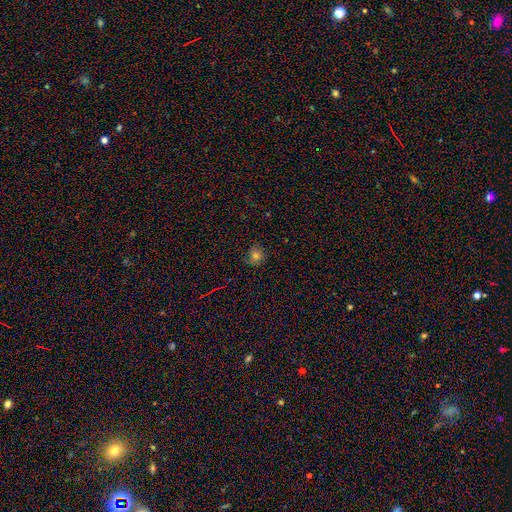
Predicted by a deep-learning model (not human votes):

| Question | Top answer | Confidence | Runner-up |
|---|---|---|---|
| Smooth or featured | smooth | 69% | star or artifact (18%) |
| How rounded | round | 83% | in between (16%) |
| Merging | none | 77% | minor disturbance (17%) |